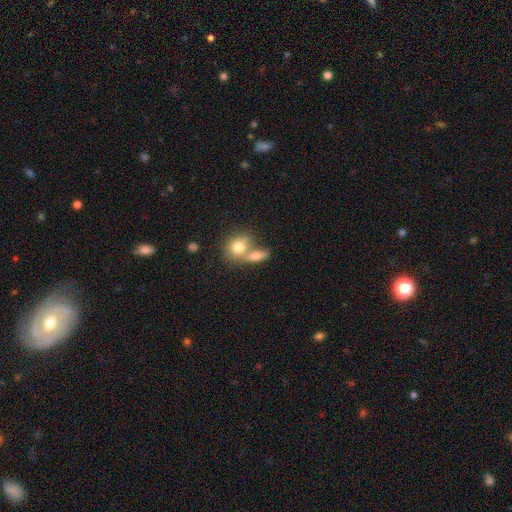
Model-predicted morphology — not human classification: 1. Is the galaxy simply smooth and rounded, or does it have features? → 77% smooth, 15% featured or disk, 9% star or artifact.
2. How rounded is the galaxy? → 64% in between, 26% round, 10% cigar-shaped.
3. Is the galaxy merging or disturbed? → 52% merger, 34% none, 10% minor disturbance, 5% major disturbance.